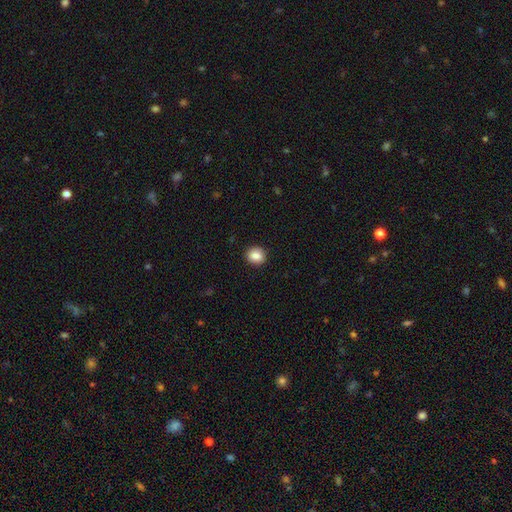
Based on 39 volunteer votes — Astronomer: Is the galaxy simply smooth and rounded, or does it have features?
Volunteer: smooth — 92%.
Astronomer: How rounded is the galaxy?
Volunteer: round — 72%.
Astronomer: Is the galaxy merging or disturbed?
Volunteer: none — 86%.